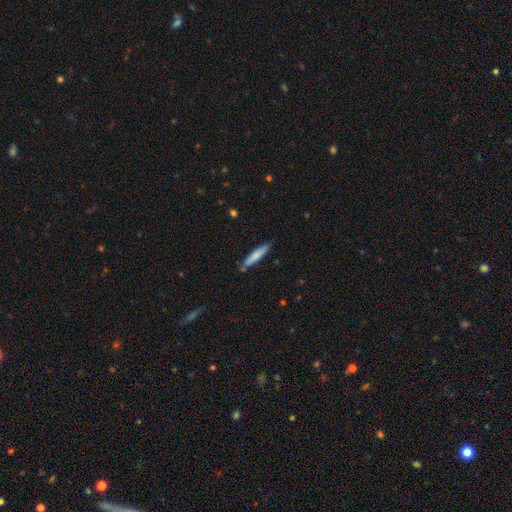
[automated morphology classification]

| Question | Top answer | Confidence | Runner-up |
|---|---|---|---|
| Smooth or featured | smooth | 72% | featured or disk (22%) |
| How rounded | cigar-shaped | 90% | in between (9%) |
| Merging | none | 80% | minor disturbance (14%) |